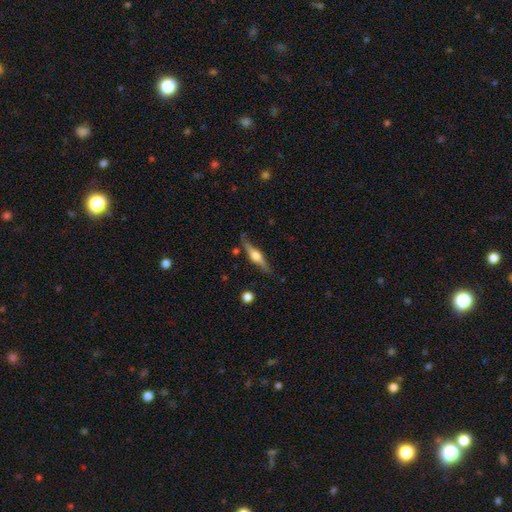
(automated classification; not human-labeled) Morphology: type=featured or disk (73%); edge-on=yes (97%); edge-on bulge=rounded (93%); merging=none (82%).